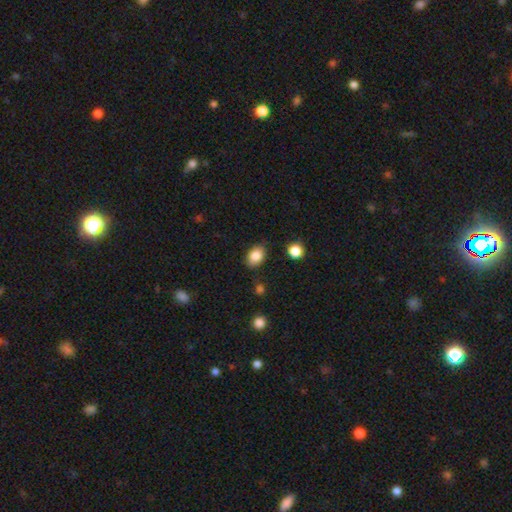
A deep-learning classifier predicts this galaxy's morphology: This appears to be a smooth galaxy with no disk features (85%) that is in between round and cigar-shaped (76%). Merging: none (81%).